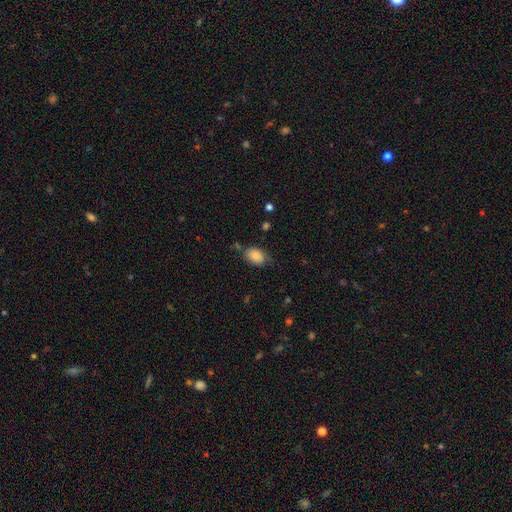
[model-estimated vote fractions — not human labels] Morphology: type=smooth (82%); roundness=in between (83%); merging=none (63%).